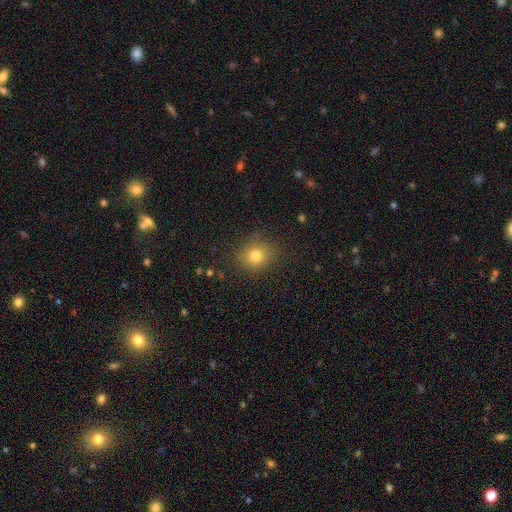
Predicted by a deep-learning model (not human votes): Morphology: type=smooth (80%); roundness=round (76%); merging=none (85%).